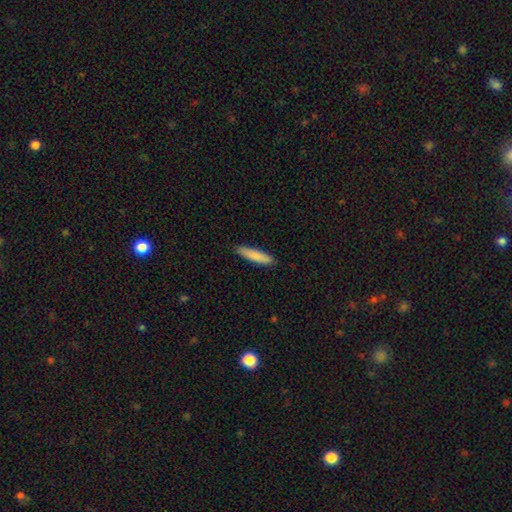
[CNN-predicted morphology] A smooth galaxy with no disk features (85%) that is cigar-shaped (83%).

Vote fractions:
- Smooth or featured? smooth: 85% / featured or disk: 10% / star or artifact: 5%
- How rounded? cigar-shaped: 83% / in between: 15% / round: 1%
- Merging? none: 89% / minor disturbance: 9% / major disturbance: 2% / merger: 1%